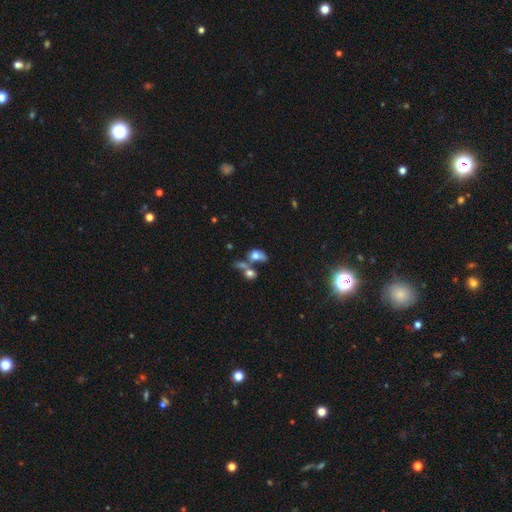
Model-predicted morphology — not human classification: A smooth galaxy with no disk features (63%) that is in between round and cigar-shaped (71%).

Vote fractions:
- Smooth or featured? smooth: 63% / featured or disk: 23% / star or artifact: 14%
- How rounded? in between: 71% / round: 25% / cigar-shaped: 4%
- Merging? merger: 48% / none: 26% / minor disturbance: 13% / major disturbance: 13%